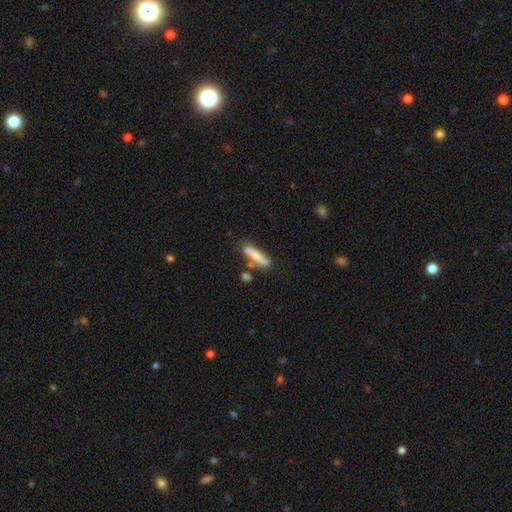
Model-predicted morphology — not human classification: Smooth or featured? smooth (58%)
How rounded? cigar-shaped (78%)
Merging? none (63%)